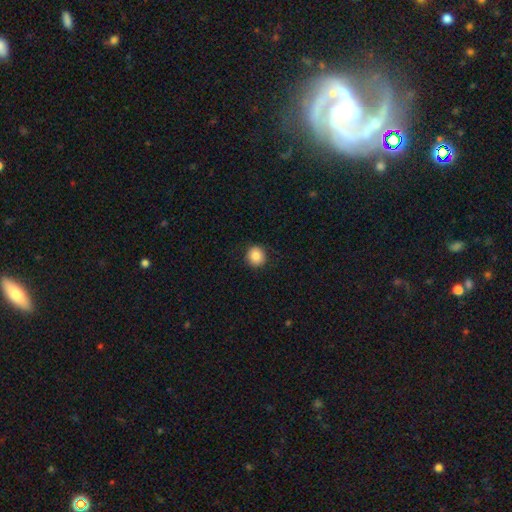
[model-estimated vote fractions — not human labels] Smooth or featured? Predicted: smooth (p=0.85). How rounded? Predicted: round (p=0.91). Merging? Predicted: none (p=0.89).